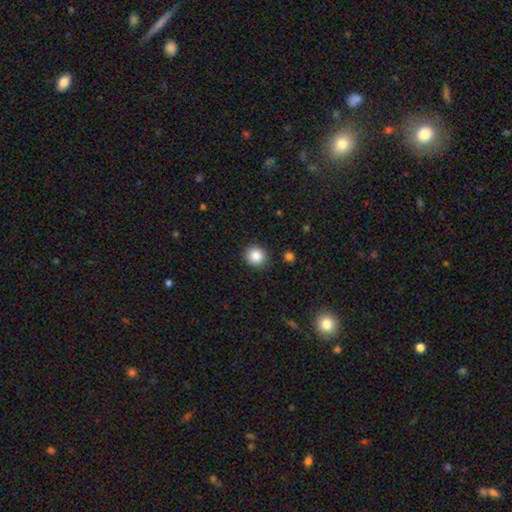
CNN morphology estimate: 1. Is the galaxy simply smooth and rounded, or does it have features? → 86% smooth, 9% star or artifact, 4% featured or disk.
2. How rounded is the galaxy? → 91% round, 8% in between, 1% cigar-shaped.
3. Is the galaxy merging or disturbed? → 90% none, 6% minor disturbance, 2% major disturbance, 1% merger.